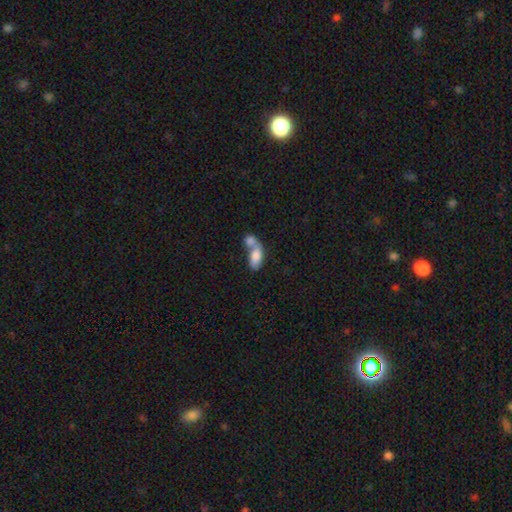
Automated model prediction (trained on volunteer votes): smooth-or-featured: smooth: 78% | featured or disk: 15% | star or artifact: 7%
  how-rounded: in between: 87% | cigar-shaped: 8% | round: 6%
  merging: merger: 72% | none: 17% | minor disturbance: 7% | major disturbance: 5%